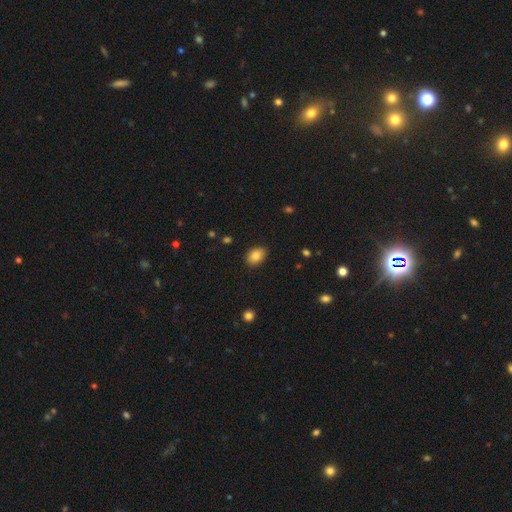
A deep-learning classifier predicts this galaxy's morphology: Smooth or featured? smooth (84%)
How rounded? in between (70%)
Merging? none (87%)